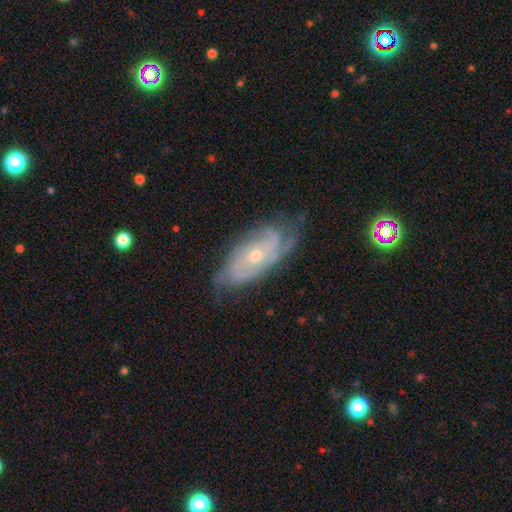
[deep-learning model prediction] Morphology: type=featured or disk (84%); edge-on=no (93%); bar=no (71%); spiral arms=yes (95%); winding=tight (63%); arm count=can't tell (34%); bulge=small (51%); merging=none (66%).